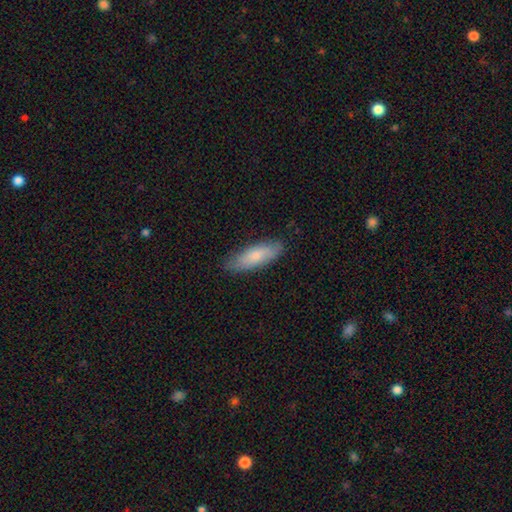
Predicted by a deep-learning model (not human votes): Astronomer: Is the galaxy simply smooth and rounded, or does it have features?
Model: smooth — 77%.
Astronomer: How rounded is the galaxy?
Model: in between — 58% (runner-up: cigar-shaped, 40%).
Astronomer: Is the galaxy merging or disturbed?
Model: none — 82%.